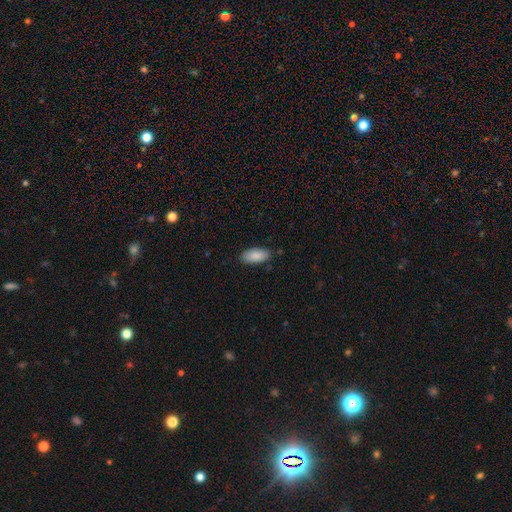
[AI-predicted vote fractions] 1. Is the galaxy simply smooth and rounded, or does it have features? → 87% smooth, 7% featured or disk, 6% star or artifact.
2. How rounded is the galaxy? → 89% in between, 10% cigar-shaped, 2% round.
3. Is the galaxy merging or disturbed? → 84% none, 12% minor disturbance, 2% major disturbance, 1% merger.